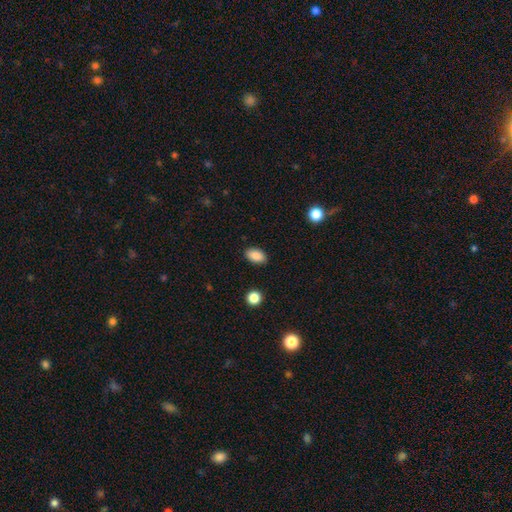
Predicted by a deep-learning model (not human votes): Overall: smooth (87%). How rounded: in between (90%). Merging: none (88%).